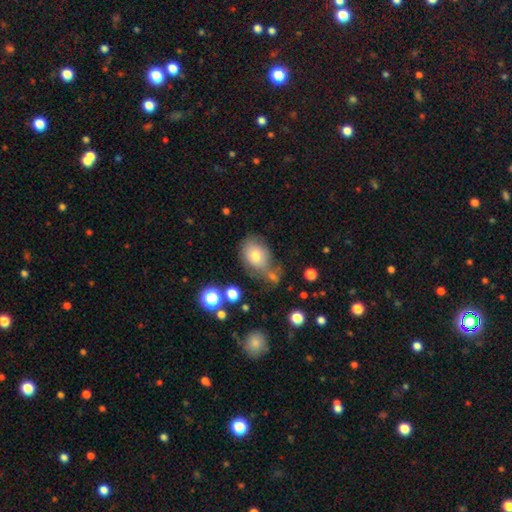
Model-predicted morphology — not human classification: The model was most divided on "merging": none: 48%, minor disturbance: 22%, merger: 19%, major disturbance: 11%. More confident: smooth or featured — smooth (74%); how rounded — in between (64%).